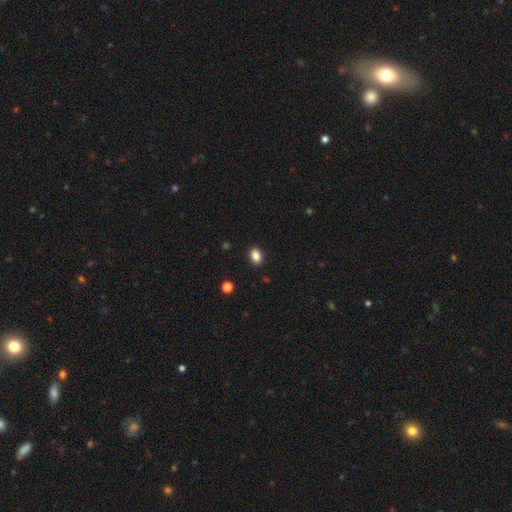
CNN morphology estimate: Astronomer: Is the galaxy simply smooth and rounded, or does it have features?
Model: smooth — 87%.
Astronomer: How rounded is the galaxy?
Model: in between — 79%.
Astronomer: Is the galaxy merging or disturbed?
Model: none — 90%.